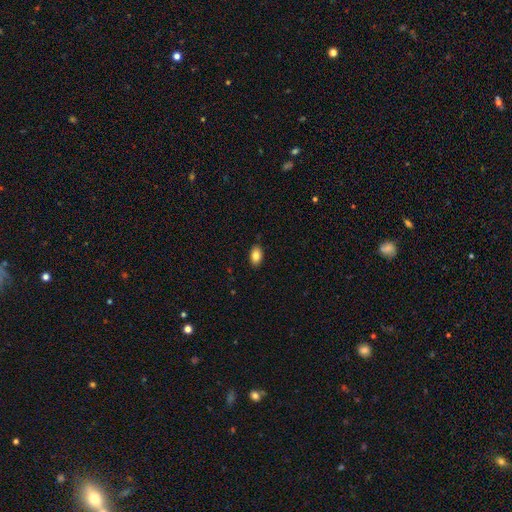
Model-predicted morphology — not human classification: smooth-or-featured: smooth: 83% | featured or disk: 9% | star or artifact: 8%
  how-rounded: in between: 90% | round: 8% | cigar-shaped: 2%
  merging: none: 87% | minor disturbance: 10% | major disturbance: 2% | merger: 1%